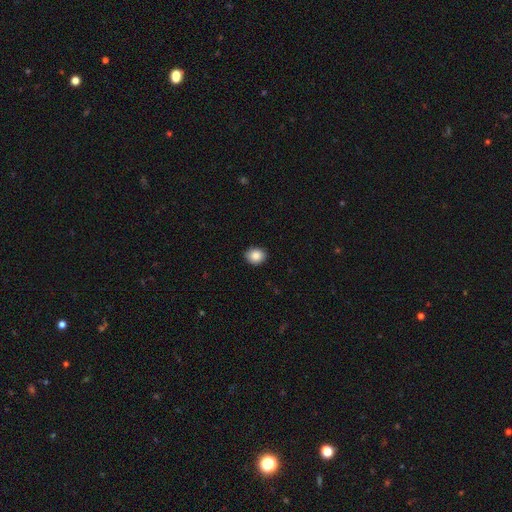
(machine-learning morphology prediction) This appears to be a smooth galaxy with no disk features (88%) that is round (66%). Merging: none (90%).